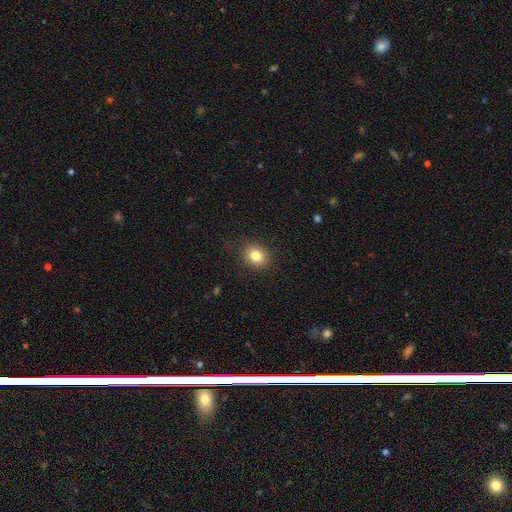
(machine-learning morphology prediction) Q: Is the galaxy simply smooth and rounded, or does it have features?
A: smooth — 82%.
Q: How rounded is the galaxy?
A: round — 59%.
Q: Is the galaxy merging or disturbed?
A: none — 88%.